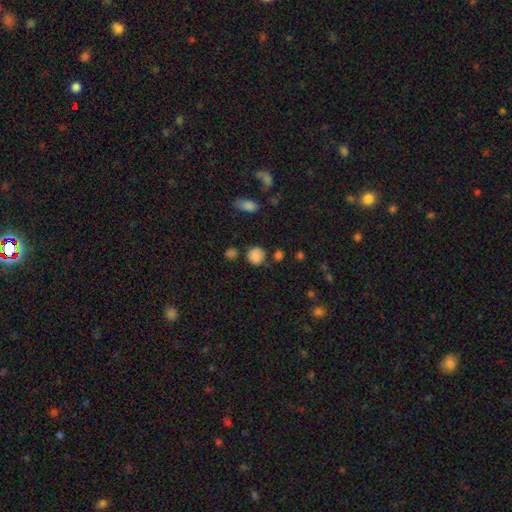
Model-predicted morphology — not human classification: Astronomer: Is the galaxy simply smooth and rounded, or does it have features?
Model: smooth — 84%.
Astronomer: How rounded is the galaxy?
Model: round — 86%.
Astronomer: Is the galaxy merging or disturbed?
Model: none — 75%.